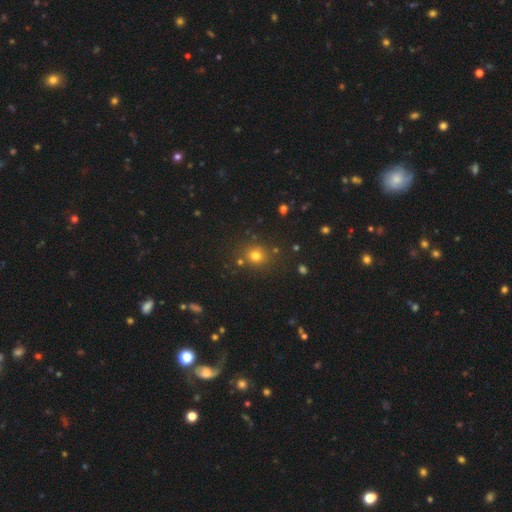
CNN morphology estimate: This appears to be a smooth galaxy with no disk features (74%) that is round (82%). Merging: none (81%).